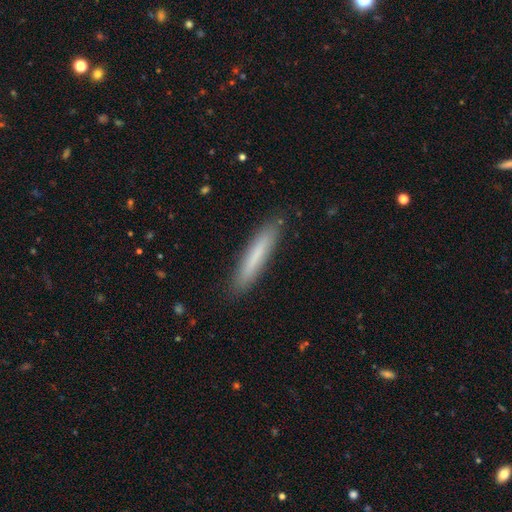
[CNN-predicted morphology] Smooth or featured?
  - smooth: 73% *
  - featured or disk: 20%
  - star or artifact: 7%
How rounded?
  - cigar-shaped: 92% *
  - in between: 7%
  - round: 1%
Merging?
  - none: 89% *
  - minor disturbance: 9%
  - major disturbance: 2%
  - merger: 1%